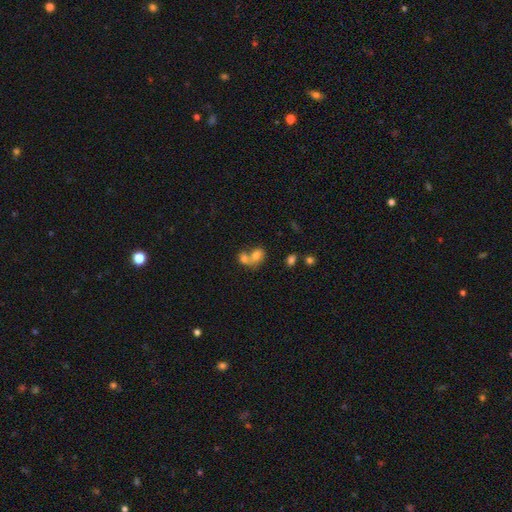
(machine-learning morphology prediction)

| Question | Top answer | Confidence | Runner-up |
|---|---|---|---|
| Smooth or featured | smooth | 71% | featured or disk (19%) |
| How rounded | in between | 65% | round (34%) |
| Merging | merger | 73% | none (17%) |